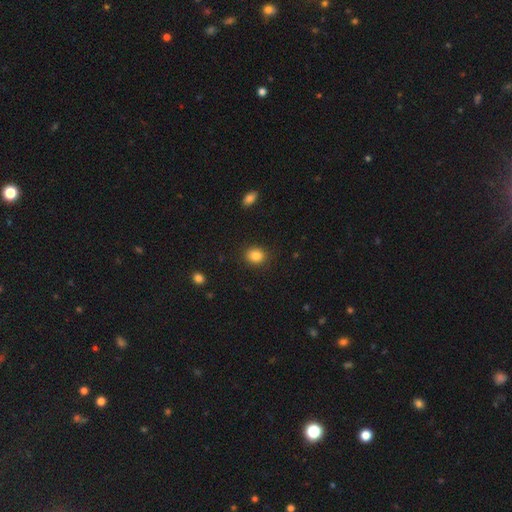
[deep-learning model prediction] This is clearly a smooth galaxy (85%). How rounded: likely round (67%). Merging: clearly none (89%).